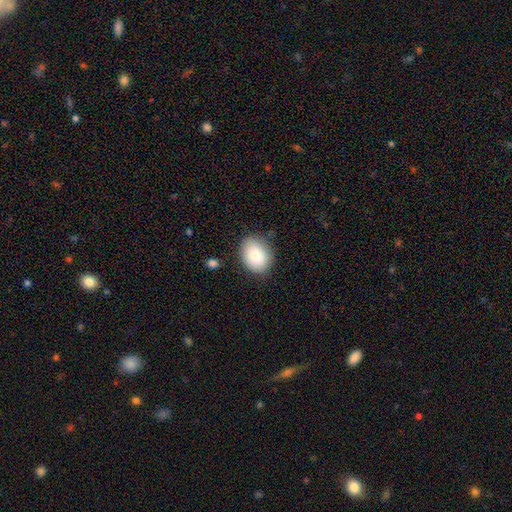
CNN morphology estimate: This appears to be a smooth galaxy with no disk features (85%) that is in between round and cigar-shaped (64%). Merging: none (79%).